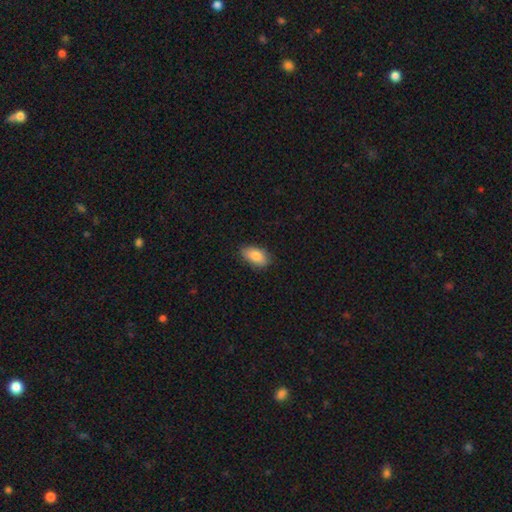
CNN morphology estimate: The model was most divided on "merging": none: 81%, minor disturbance: 15%, major disturbance: 3%, merger: 1%. More confident: how rounded — in between (91%); smooth or featured — smooth (83%).